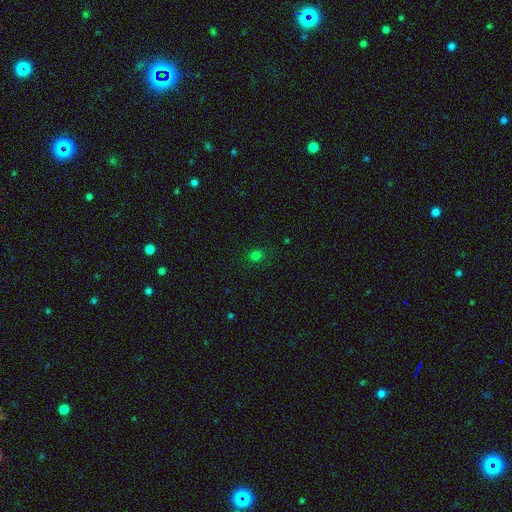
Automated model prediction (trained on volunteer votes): This appears to be a smooth galaxy with no disk features (75%) that is round (69%). Merging: none (83%).